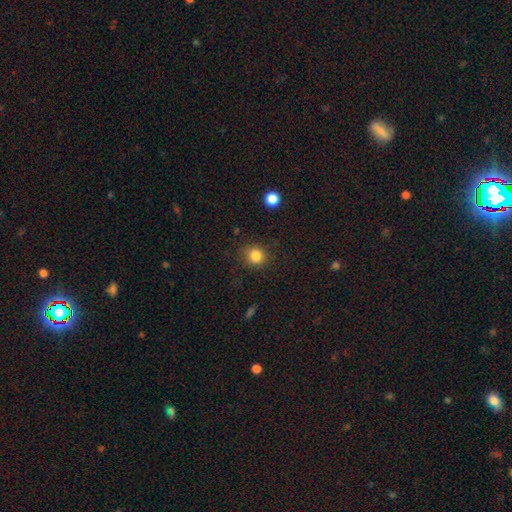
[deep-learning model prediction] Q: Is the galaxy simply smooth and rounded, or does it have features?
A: smooth — 84%.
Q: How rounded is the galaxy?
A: round — 85%.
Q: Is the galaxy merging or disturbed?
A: none — 86%.